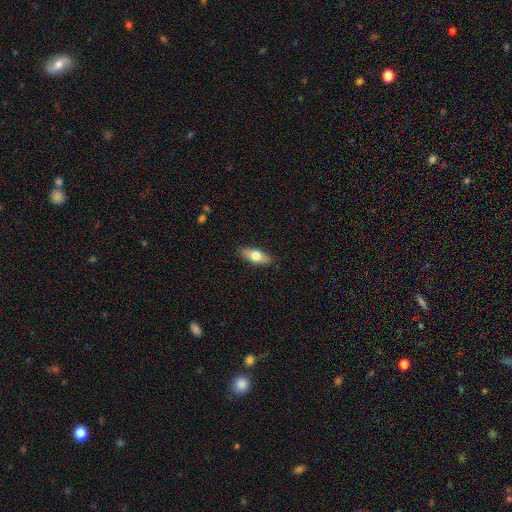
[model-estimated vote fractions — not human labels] smooth-or-featured: smooth: 69% | featured or disk: 25% | star or artifact: 6%
  how-rounded: in between: 77% | cigar-shaped: 20% | round: 3%
  merging: none: 87% | minor disturbance: 10% | major disturbance: 2% | merger: 1%